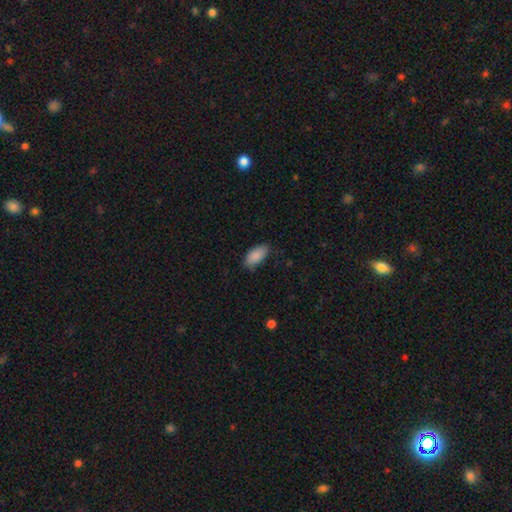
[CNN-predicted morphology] Q: Smooth or featured?
A: smooth (89%); runner-up: star or artifact (7%)
Q: How rounded?
A: in between (92%); runner-up: cigar-shaped (5%)
Q: Merging?
A: none (75%); runner-up: minor disturbance (20%)